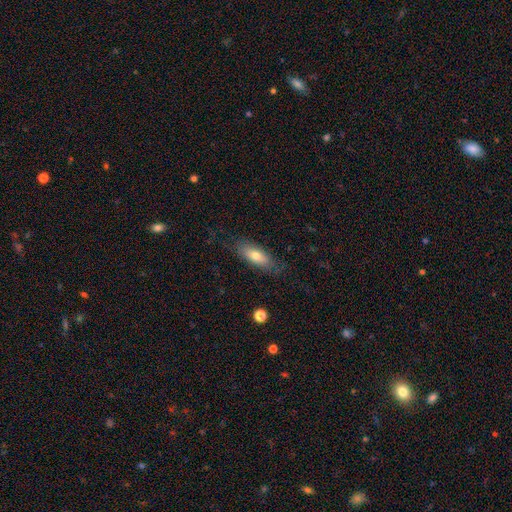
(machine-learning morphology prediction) type=smooth (70%); roundness=in between (69%); merging=none (77%).